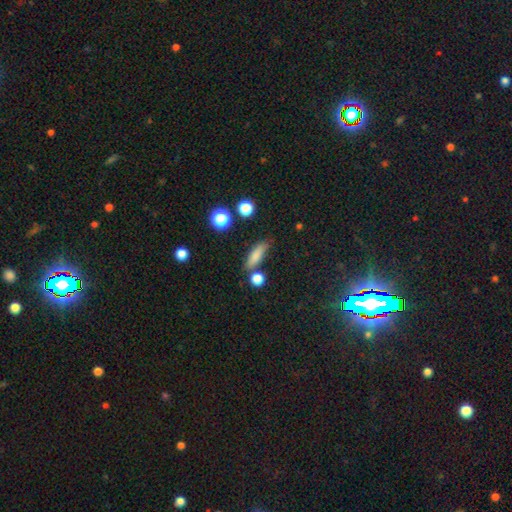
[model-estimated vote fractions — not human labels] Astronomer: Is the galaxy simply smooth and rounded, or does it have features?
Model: smooth — 80%.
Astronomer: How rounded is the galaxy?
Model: cigar-shaped — 52% (runner-up: in between, 42%).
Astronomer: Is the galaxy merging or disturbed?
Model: none — 73%.